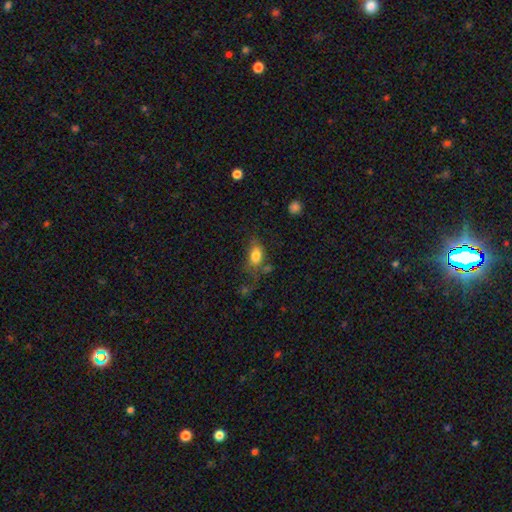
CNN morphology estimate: Smooth or featured: smooth — 80% (featured or disk — 12%)
How rounded: in between — 88% (round — 8%)
Merging: none — 50% (minor disturbance — 24%)